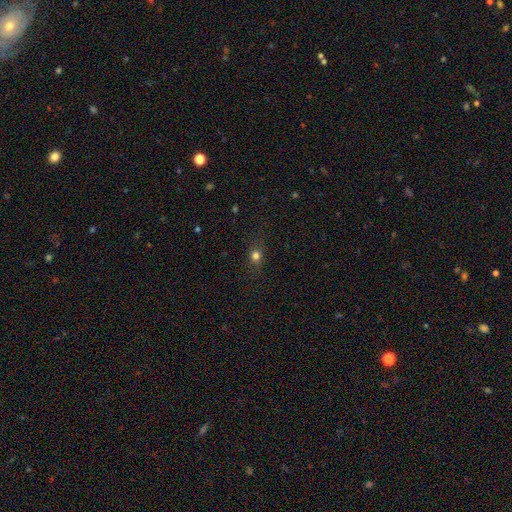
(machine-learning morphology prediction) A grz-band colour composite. It shows a smooth galaxy with no disk features (70%) that is round (61%). Merging: none (82%).